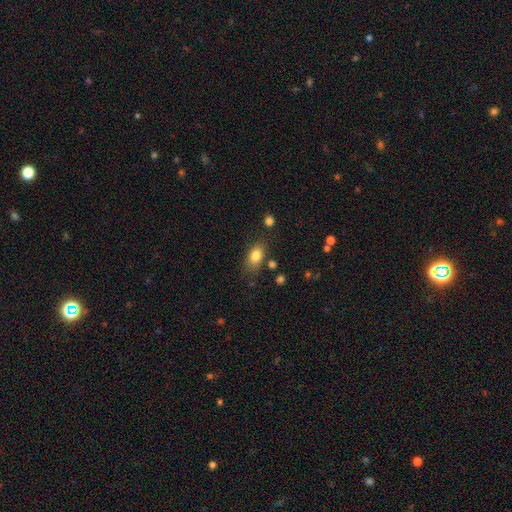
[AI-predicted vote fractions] Smooth or featured: smooth — 82% (featured or disk — 9%)
How rounded: in between — 85% (round — 11%)
Merging: none — 74% (minor disturbance — 16%)